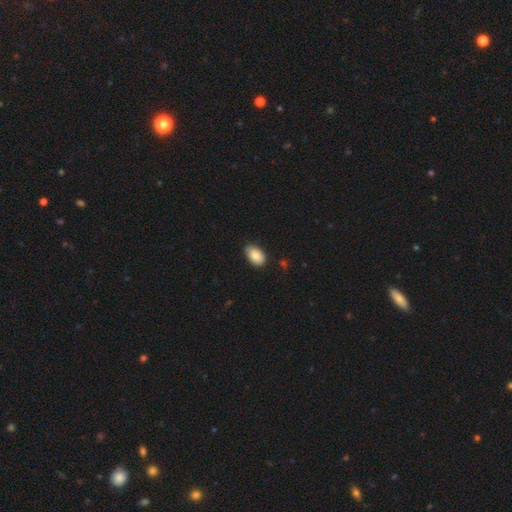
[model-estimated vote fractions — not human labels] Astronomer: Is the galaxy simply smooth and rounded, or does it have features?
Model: smooth — 85%.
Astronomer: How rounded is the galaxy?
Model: in between — 90%.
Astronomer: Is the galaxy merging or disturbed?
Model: none — 77%.